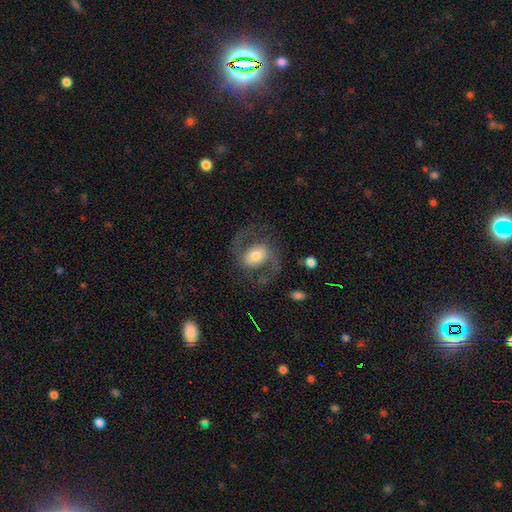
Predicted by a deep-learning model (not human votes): This appears to be a featured or disk galaxy (81%) with a weak bar (40%), 2 (93%) medium (58%) spiral arms (93%) and a moderate central bulge (56%). Merging: none (72%).